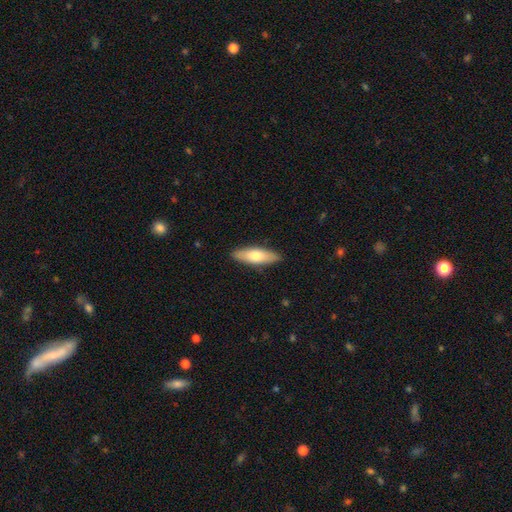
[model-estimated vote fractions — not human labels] smooth-or-featured: smooth: 67% | featured or disk: 27% | star or artifact: 5%
  how-rounded: in between: 55% | cigar-shaped: 42% | round: 2%
  merging: none: 88% | minor disturbance: 9% | major disturbance: 2% | merger: 1%